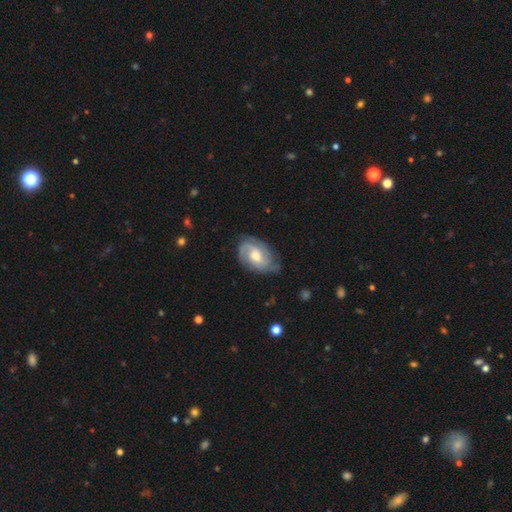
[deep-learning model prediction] The model was most divided on "spiral winding": tight: 43%, medium: 42%, loose: 14%. Remaining: edge-on disk — no (97%); spiral arms — yes (94%); smooth or featured — featured or disk (79%); merging — none (65%); bulge size — moderate (65%); bar — no (51%); spiral arm count — 2 (47%).